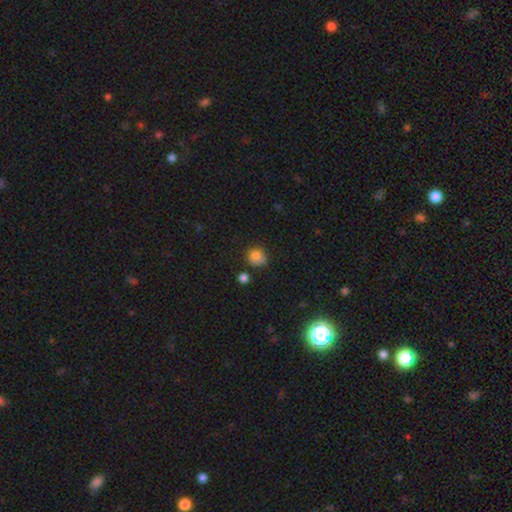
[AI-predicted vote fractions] Morphology: type=smooth (80%); roundness=round (73%); merging=none (57%).